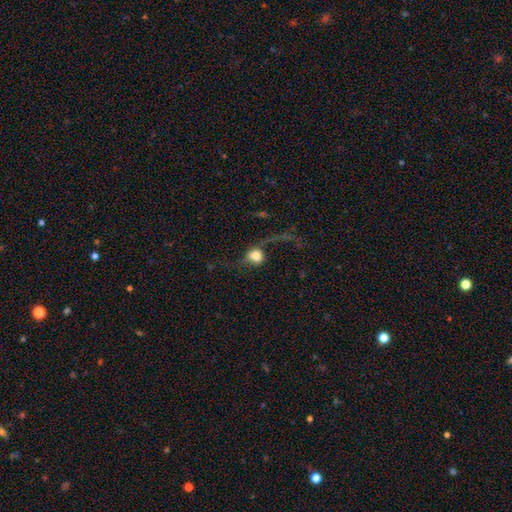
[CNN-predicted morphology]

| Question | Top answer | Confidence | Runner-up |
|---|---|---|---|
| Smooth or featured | smooth | 53% | featured or disk (36%) |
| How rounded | round | 70% | in between (27%) |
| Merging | major disturbance | 41% | none (38%) |